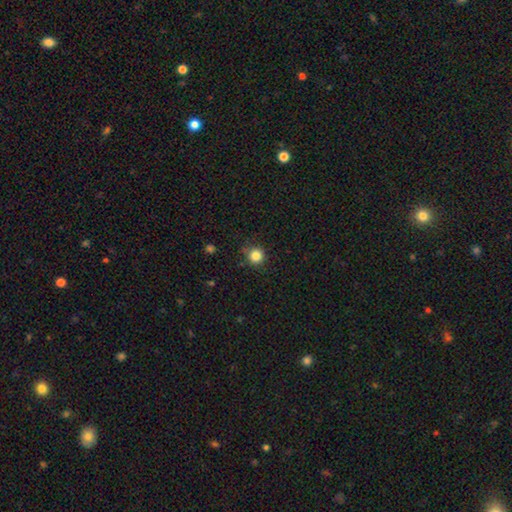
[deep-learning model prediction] A smooth galaxy with no disk features (84%) that is round (93%).

Vote fractions:
- Smooth or featured? smooth: 84% / star or artifact: 12% / featured or disk: 4%
- How rounded? round: 93% / in between: 6% / cigar-shaped: 1%
- Merging? none: 82% / minor disturbance: 12% / major disturbance: 3% / merger: 2%